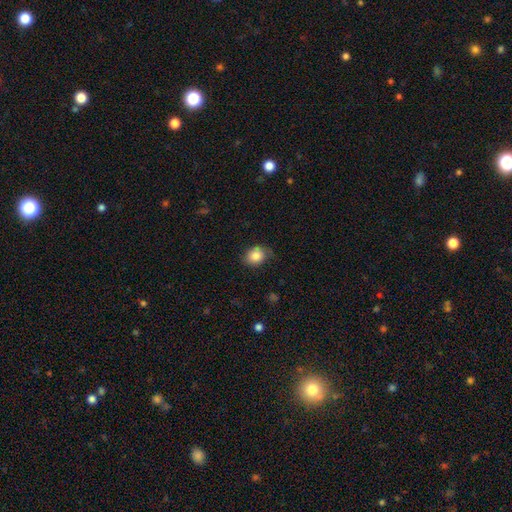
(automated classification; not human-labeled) This appears to be a smooth galaxy with no disk features (84%) that is round (55%). Merging: none (70%).